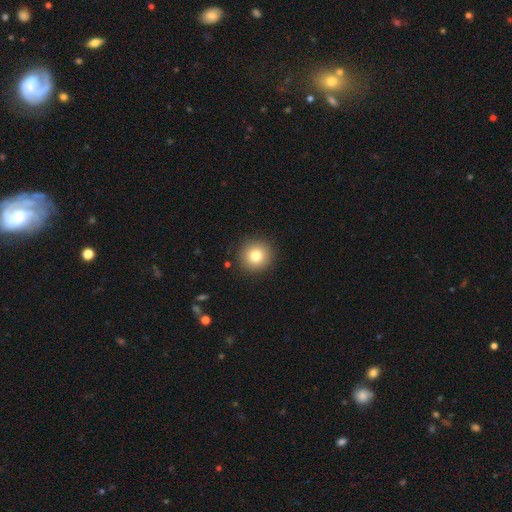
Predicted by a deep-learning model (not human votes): Morphology: type=smooth (80%); roundness=round (95%); merging=none (91%).